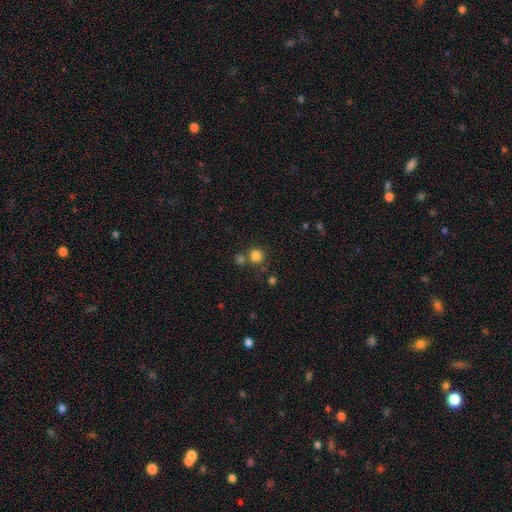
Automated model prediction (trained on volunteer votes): smooth-or-featured: smooth: 81% | star or artifact: 13% | featured or disk: 5%
  how-rounded: round: 92% | in between: 7% | cigar-shaped: 1%
  merging: none: 68% | merger: 20% | minor disturbance: 8% | major disturbance: 4%